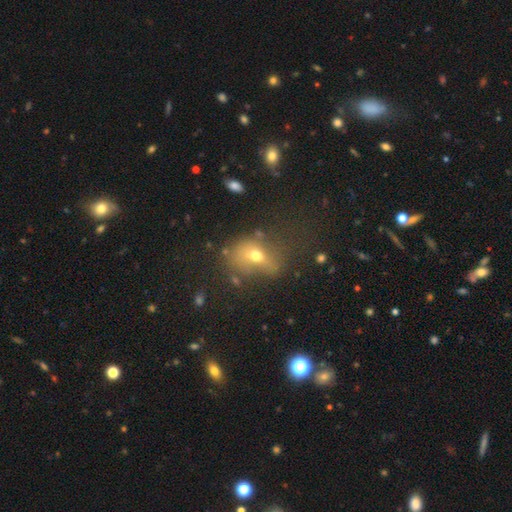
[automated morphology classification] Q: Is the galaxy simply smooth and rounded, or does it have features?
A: smooth — 60%.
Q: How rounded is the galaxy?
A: in between — 55%.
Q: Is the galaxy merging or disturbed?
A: none — 42%.